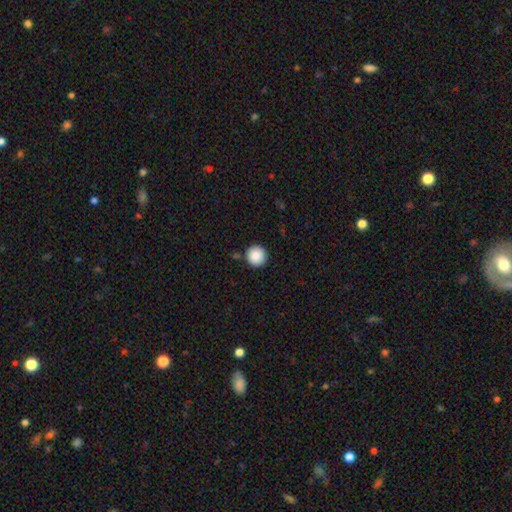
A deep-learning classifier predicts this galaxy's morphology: smooth-or-featured: smooth: 89% | star or artifact: 8% | featured or disk: 3%
  how-rounded: round: 96% | in between: 3% | cigar-shaped: 1%
  merging: none: 88% | minor disturbance: 7% | merger: 3% | major disturbance: 2%